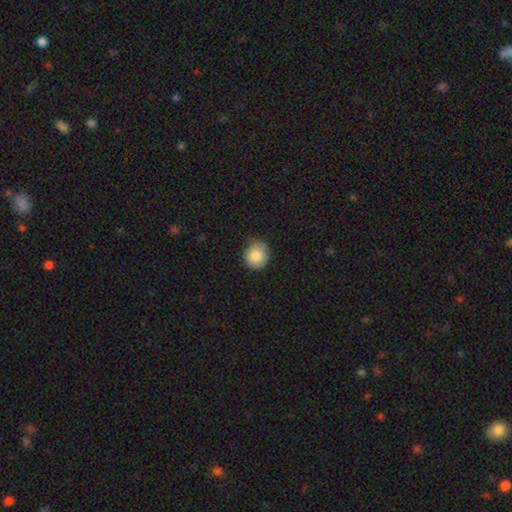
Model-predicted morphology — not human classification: The model was most divided on "merging": none: 72%, minor disturbance: 24%, major disturbance: 3%, merger: 1%. More confident: smooth or featured — smooth (85%); how rounded — round (82%).